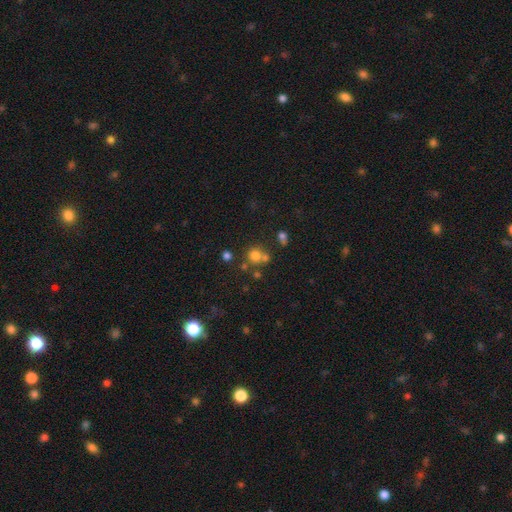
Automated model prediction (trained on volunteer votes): smooth-or-featured: smooth: 71% | star or artifact: 18% | featured or disk: 11%
  how-rounded: round: 87% | in between: 12% | cigar-shaped: 1%
  merging: none: 57% | merger: 30% | minor disturbance: 9% | major disturbance: 5%